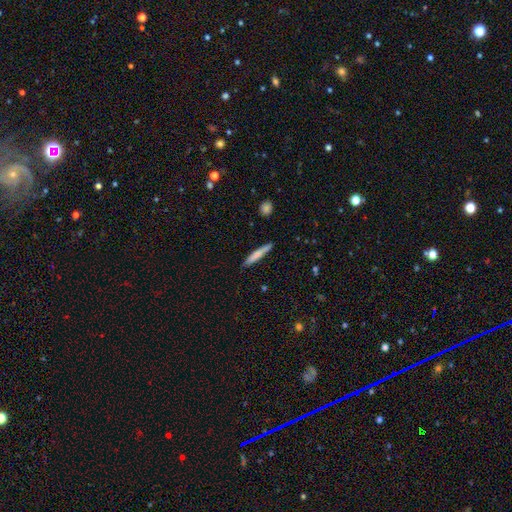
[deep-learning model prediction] The model was most divided on "smooth or featured": smooth: 64%, featured or disk: 29%, star or artifact: 7%. More confident: how rounded — cigar-shaped (95%); merging — none (90%).